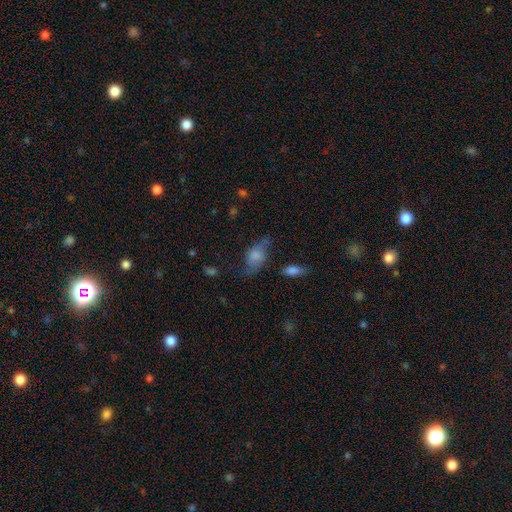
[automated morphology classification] Overall: smooth (59%; featured or disk 31%). How rounded: in between (85%). Merging: none (47%; minor disturbance 29%).